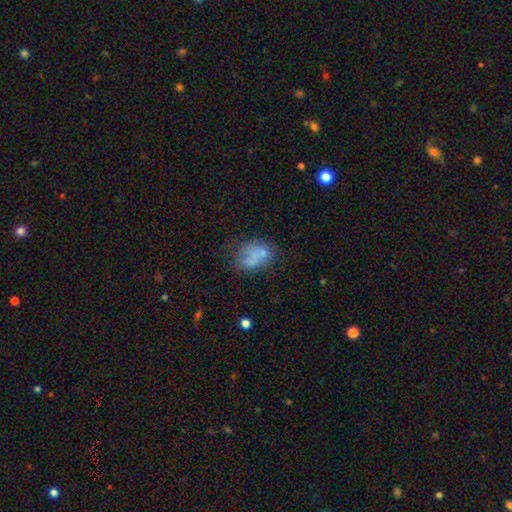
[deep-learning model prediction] Overall: smooth (66%). How rounded: in between (72%). Merging: none (39%; minor disturbance 24%).